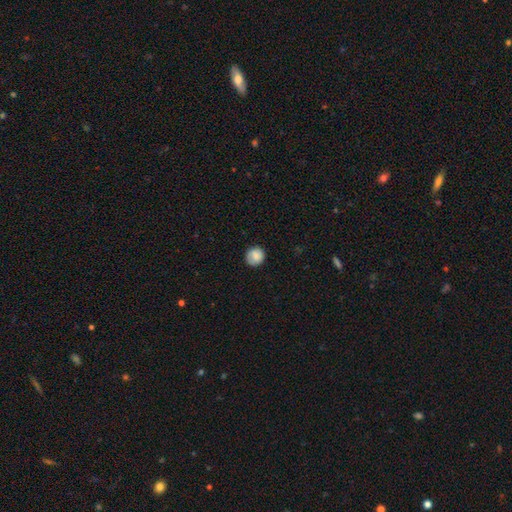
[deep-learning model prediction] The model was most divided on "merging": none: 83%, minor disturbance: 13%, major disturbance: 3%, merger: 1%. More confident: how rounded — round (92%); smooth or featured — smooth (85%).